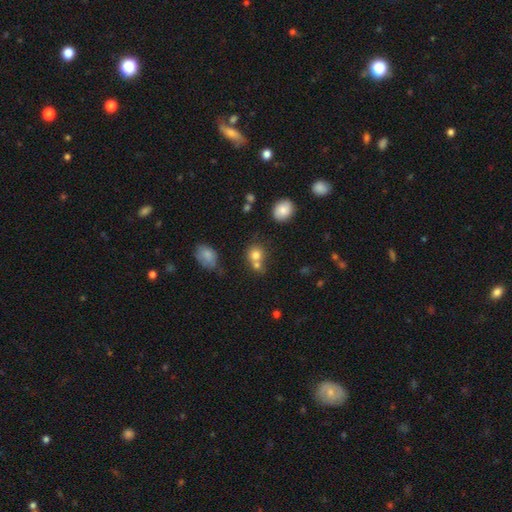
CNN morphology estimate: type=smooth (76%); roundness=round (78%); merging=merger (44%).